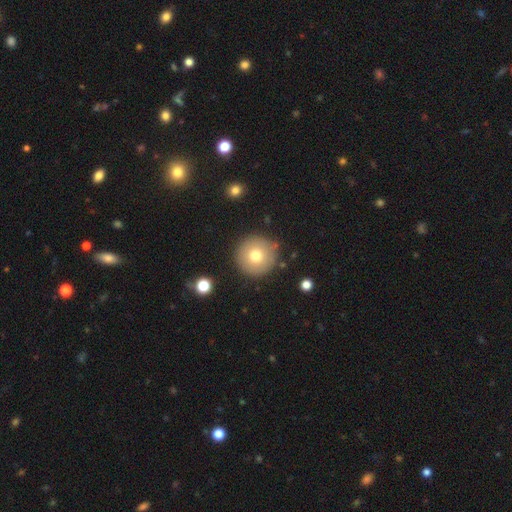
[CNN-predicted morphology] This is likely a smooth galaxy (74%). How rounded: clearly round (96%). Merging: clearly none (87%).